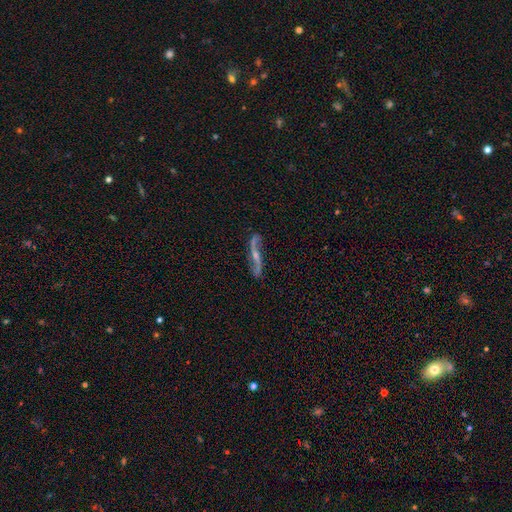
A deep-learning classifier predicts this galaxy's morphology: type=featured or disk (85%); edge-on=no (83%); bar=no (39%); spiral arms=yes (95%); winding=loose (85%); arm count=2 (92%); bulge=small (50%); merging=none (75%).